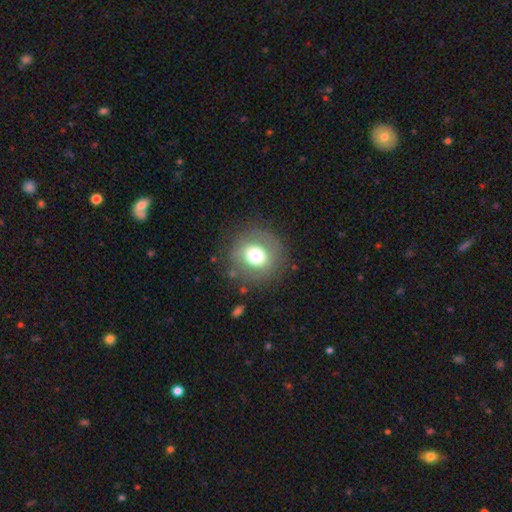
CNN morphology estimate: This appears to be a smooth galaxy with no disk features (65%) that is round (91%). Merging: none (81%).